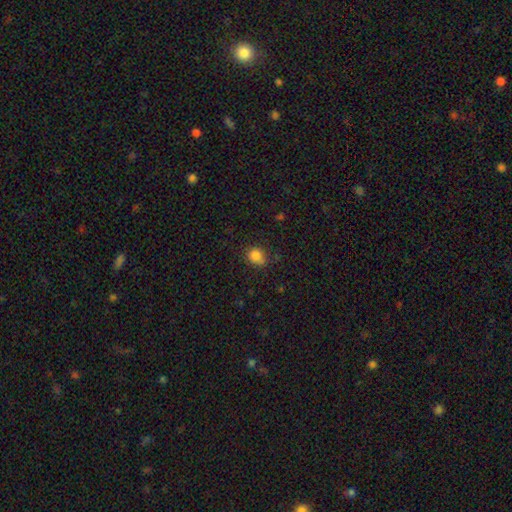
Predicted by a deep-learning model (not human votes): Smooth or featured: smooth — 83% (star or artifact — 11%)
How rounded: round — 73% (in between — 26%)
Merging: none — 70% (minor disturbance — 21%)